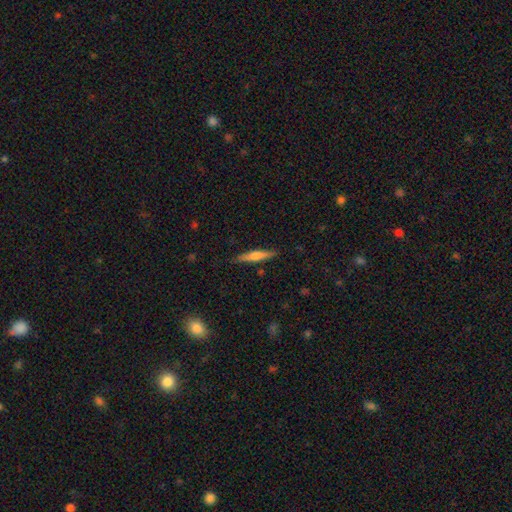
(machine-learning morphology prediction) This appears to be a smooth galaxy with no disk features (54%) that is cigar-shaped (90%). Merging: none (87%).